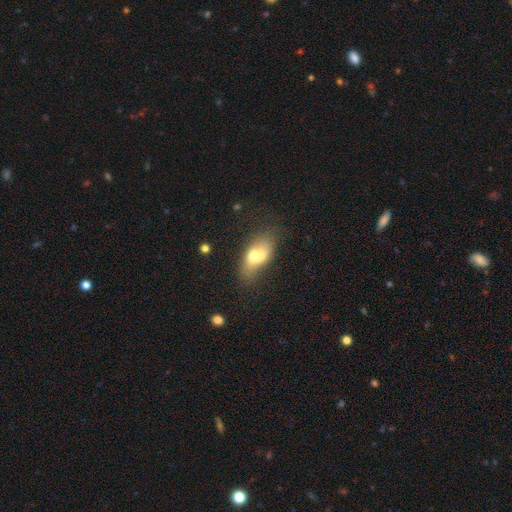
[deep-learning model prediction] smooth-or-featured: smooth: 58% | featured or disk: 33% | star or artifact: 9%
  how-rounded: in between: 79% | round: 14% | cigar-shaped: 7%
  merging: merger: 56% | none: 26% | minor disturbance: 12% | major disturbance: 7%